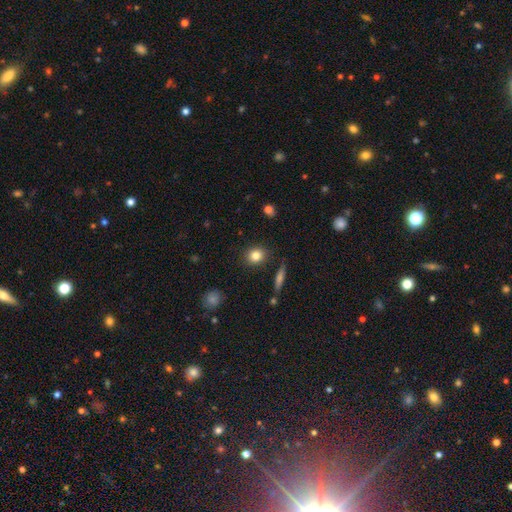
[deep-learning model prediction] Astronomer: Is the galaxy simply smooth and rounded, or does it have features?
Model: smooth — 82%.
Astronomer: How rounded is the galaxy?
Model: round — 72%.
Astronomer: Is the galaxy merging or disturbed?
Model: none — 88%.